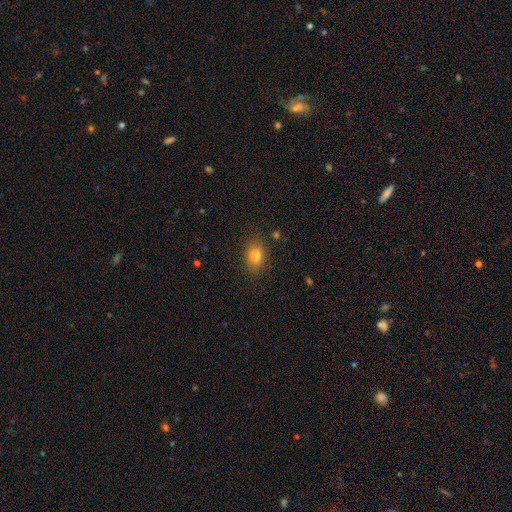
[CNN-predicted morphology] Smooth or featured?
  - smooth: 78% *
  - star or artifact: 12%
  - featured or disk: 10%
How rounded?
  - in between: 76% *
  - round: 22%
  - cigar-shaped: 3%
Merging?
  - none: 82% *
  - minor disturbance: 13%
  - major disturbance: 3%
  - merger: 2%